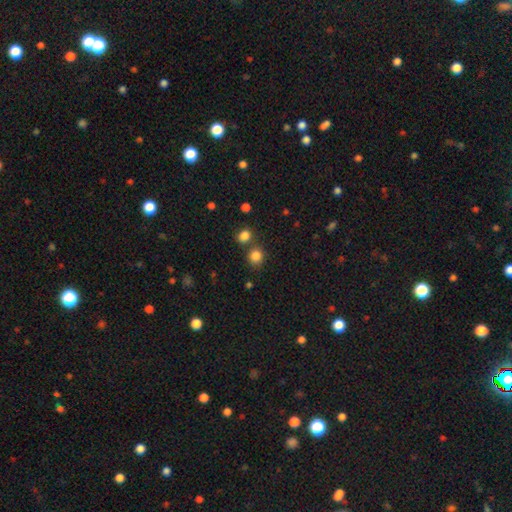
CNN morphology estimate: smooth-or-featured: smooth: 83% | star or artifact: 12% | featured or disk: 4%
  how-rounded: round: 82% | in between: 17% | cigar-shaped: 1%
  merging: none: 71% | merger: 17% | minor disturbance: 9% | major disturbance: 3%